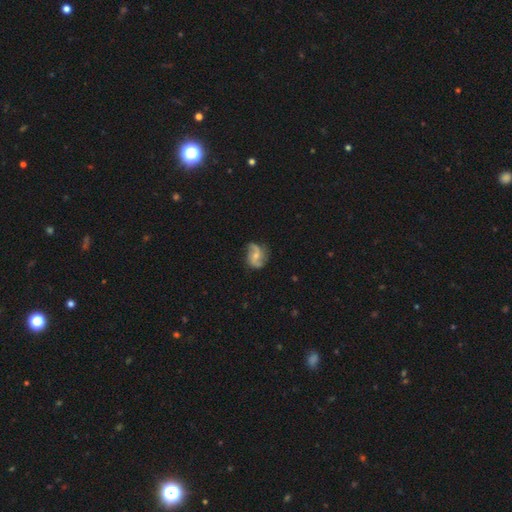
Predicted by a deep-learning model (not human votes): A featured or disk galaxy (79%) with no bar (51%), 2 (87%) loose (53%) spiral arms (95%) and a small central bulge (49%).

Vote fractions:
- Smooth or featured? featured or disk: 79% / smooth: 15% / star or artifact: 6%
- Edge-on disk? no: 98% / yes: 2%
- Bar? no: 51% / weak: 37% / strong: 11%
- Spiral arms? yes: 95% / no: 5%
- Spiral winding? loose: 53% / medium: 36% / tight: 11%
- Spiral arm count? 2: 87% / can't tell: 4% / 3: 4% / 1: 3% / 4: 1% / more than 4: 1%
- Bulge size? small: 49% / moderate: 44% / none: 4% / large: 2% / dominant: 1%
- Merging? none: 71% / minor disturbance: 21% / major disturbance: 7% / merger: 2%